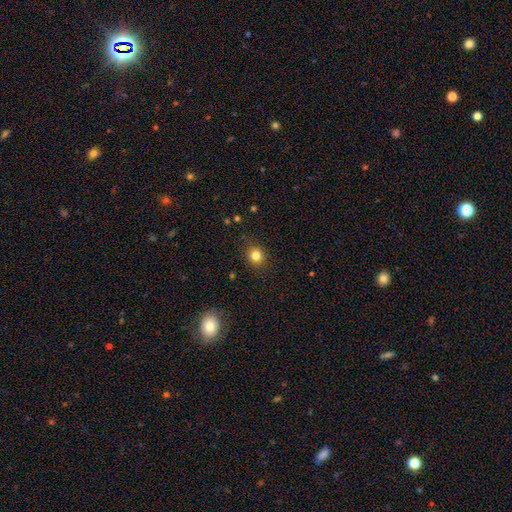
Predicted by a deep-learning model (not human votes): A smooth galaxy with no disk features (81%) that is round (78%). Merging: none (87%).